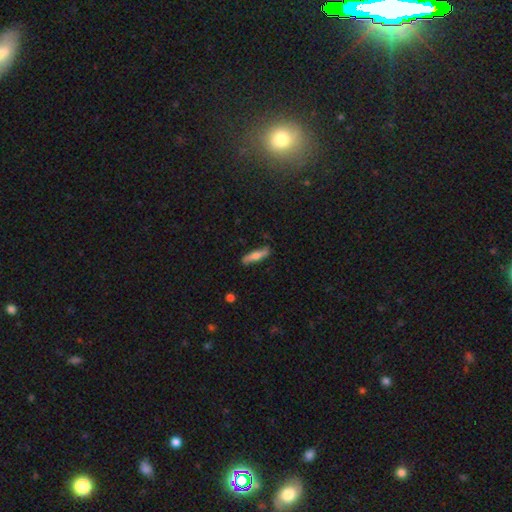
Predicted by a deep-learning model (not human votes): This is possibly a smooth galaxy (52%). How rounded: likely cigar-shaped (80%). Merging: clearly none (81%).